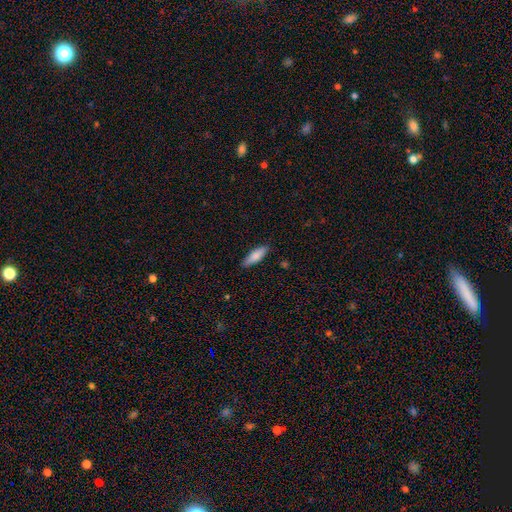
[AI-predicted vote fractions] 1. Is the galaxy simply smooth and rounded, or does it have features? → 82% smooth, 13% featured or disk, 6% star or artifact.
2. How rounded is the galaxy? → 54% cigar-shaped, 44% in between, 2% round.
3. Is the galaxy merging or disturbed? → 87% none, 10% minor disturbance, 2% major disturbance, 1% merger.